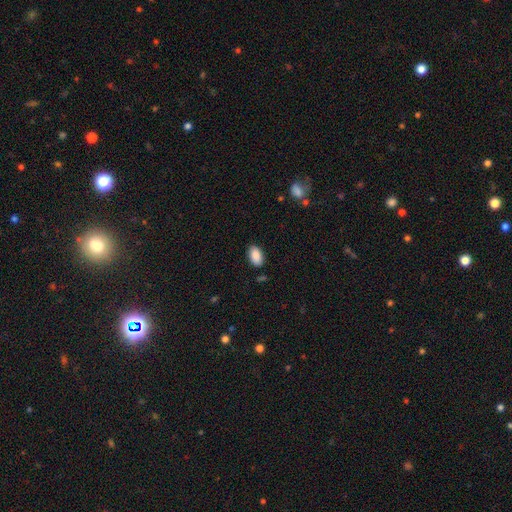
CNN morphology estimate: Smooth or featured? Predicted: smooth (p=0.89). How rounded? Predicted: in between (p=0.94). Merging? Predicted: none (p=0.85).